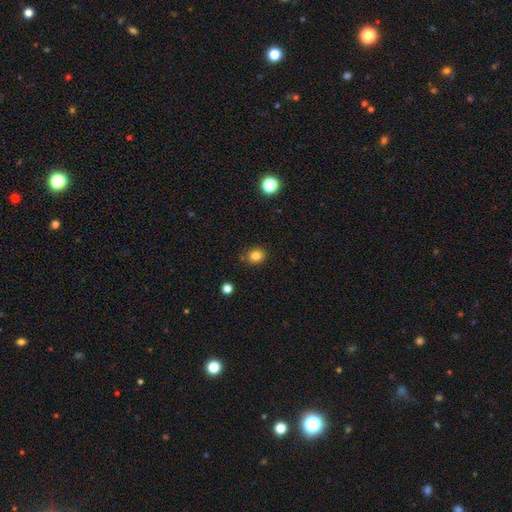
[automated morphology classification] Overall: smooth (82%). How rounded: round (68%; in between 31%). Merging: none (85%).